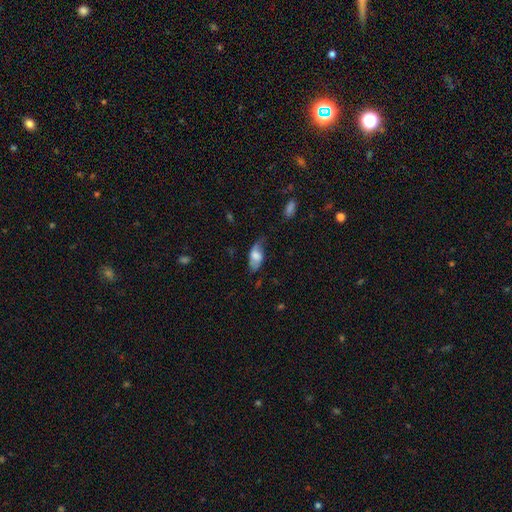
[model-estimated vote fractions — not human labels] Smooth or featured: smooth — 62% (featured or disk — 31%)
How rounded: in between — 89% (cigar-shaped — 7%)
Merging: none — 48% (minor disturbance — 34%)